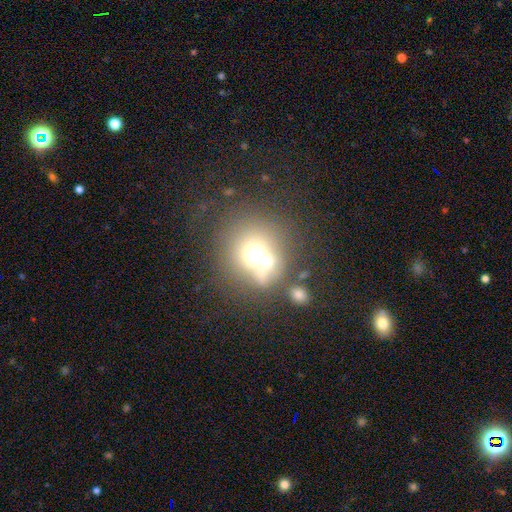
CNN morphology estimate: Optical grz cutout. It shows a smooth galaxy with no disk features (61%) that is round (84%). Merging: merger (41%, tied with none).